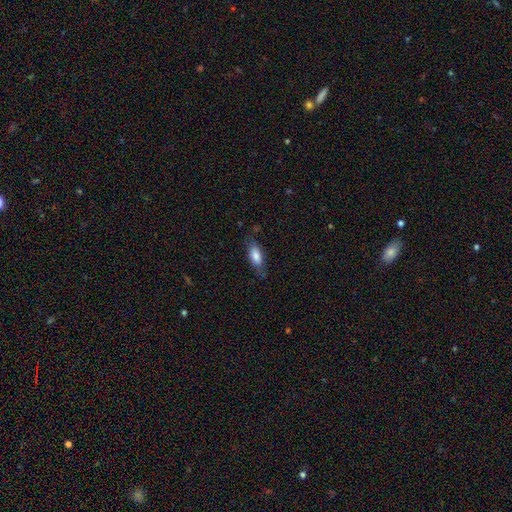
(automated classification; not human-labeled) A smooth galaxy with no disk features (78%) that is in between round and cigar-shaped (77%). Merging: none (70%).